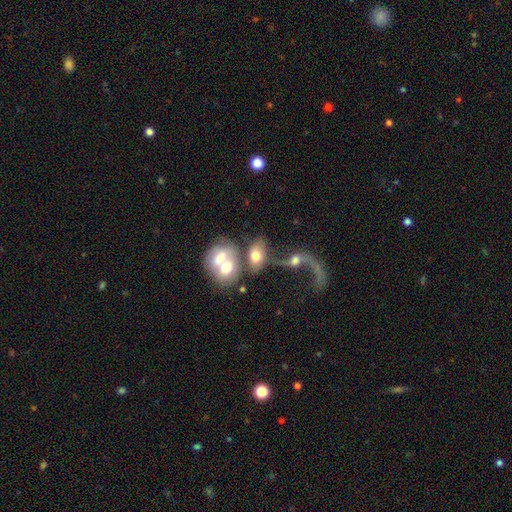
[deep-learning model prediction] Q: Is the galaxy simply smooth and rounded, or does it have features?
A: smooth — 56%.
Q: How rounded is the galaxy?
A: in between — 76%.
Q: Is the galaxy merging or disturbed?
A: merger — 55%.